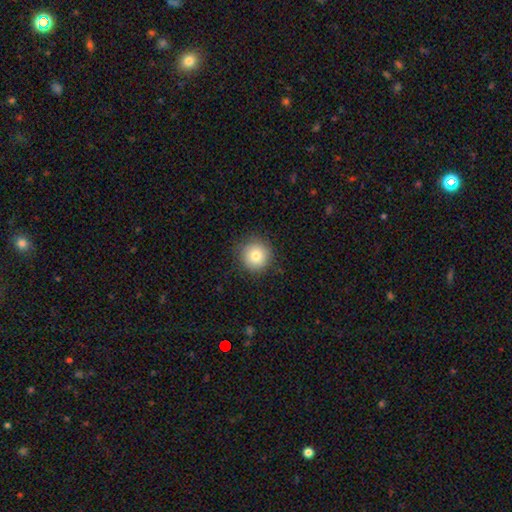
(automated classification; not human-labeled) Smooth or featured: smooth — 81% (star or artifact — 10%)
How rounded: round — 94% (in between — 5%)
Merging: none — 87% (minor disturbance — 9%)